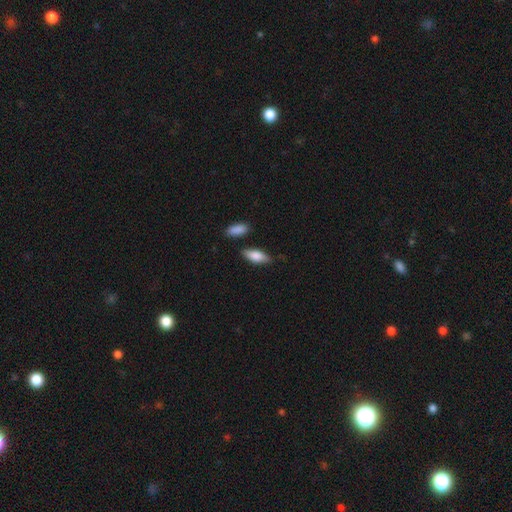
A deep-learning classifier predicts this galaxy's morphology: Smooth or featured? smooth (80%)
How rounded? in between (75%)
Merging? none (78%)